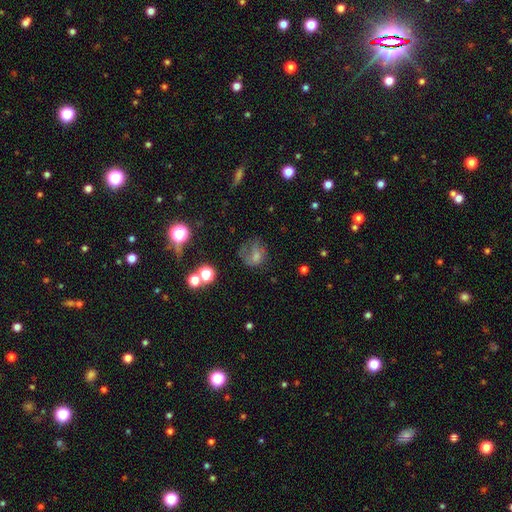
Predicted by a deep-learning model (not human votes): Smooth or featured?
  - smooth: 53% *
  - featured or disk: 30%
  - star or artifact: 18%
How rounded?
  - round: 60% *
  - in between: 39%
  - cigar-shaped: 1%
Merging?
  - major disturbance: 38% *
  - none: 34%
  - minor disturbance: 24%
  - merger: 4%